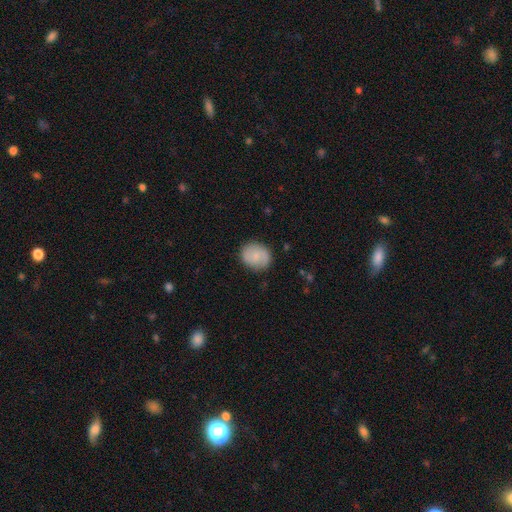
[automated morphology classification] A smooth galaxy with no disk features (53%) that is round (76%). Merging: none (84%).